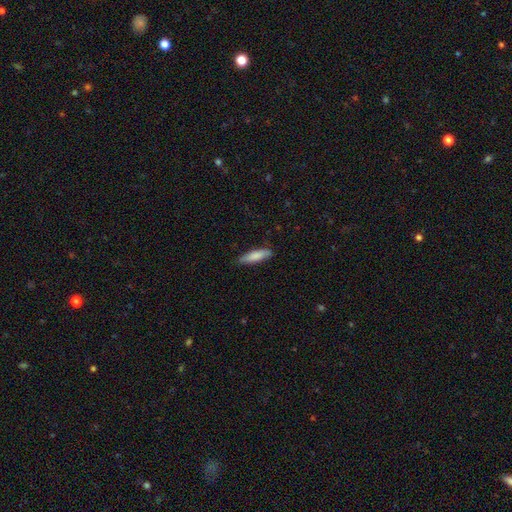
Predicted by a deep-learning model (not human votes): A smooth galaxy with no disk features (81%) that is cigar-shaped (68%).

Vote fractions:
- Smooth or featured? smooth: 81% / featured or disk: 13% / star or artifact: 6%
- How rounded? cigar-shaped: 68% / in between: 31% / round: 1%
- Merging? none: 81% / minor disturbance: 16% / major disturbance: 2% / merger: 1%